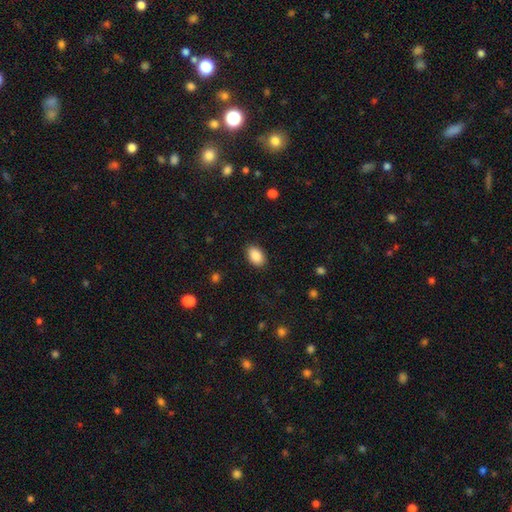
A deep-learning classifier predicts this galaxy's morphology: smooth_or_featured: smooth (p=0.90) [alt: star or artifact p=0.07]
how_rounded: in between (p=0.90) [alt: round p=0.08]
merging: none (p=0.89) [alt: minor disturbance p=0.08]